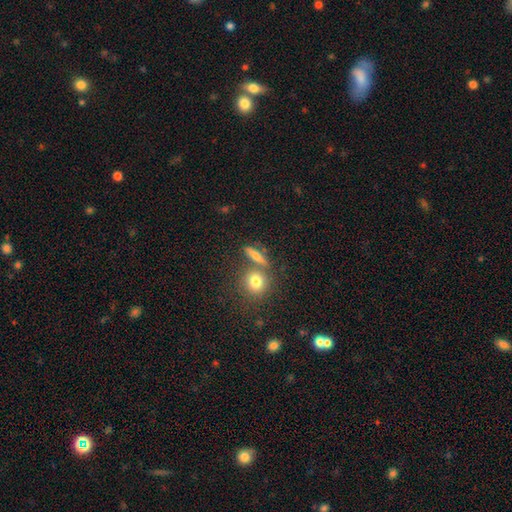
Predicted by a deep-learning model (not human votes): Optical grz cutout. It shows a smooth galaxy with no disk features (65%) that is cigar-shaped (43%). Merging: none (71%).